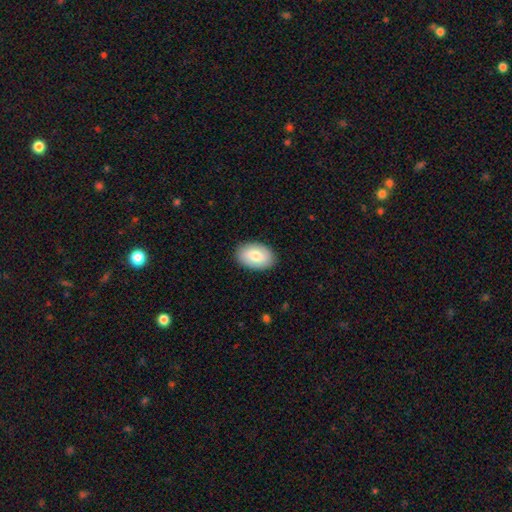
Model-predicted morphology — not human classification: type=smooth (77%); roundness=in between (91%); merging=none (88%).